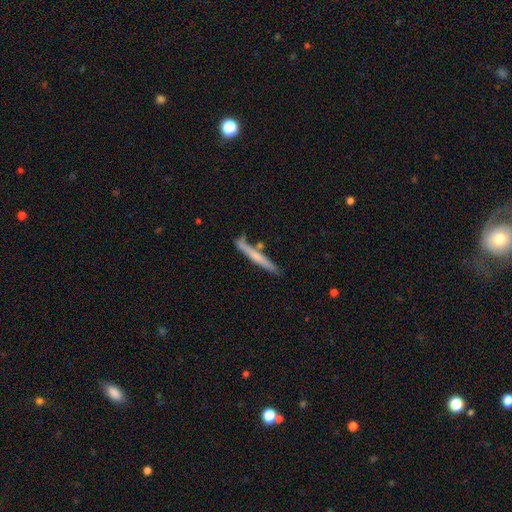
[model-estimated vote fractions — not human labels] The model was most divided on "smooth or featured": smooth: 57%, featured or disk: 37%, star or artifact: 6%. More confident: how rounded — cigar-shaped (96%); merging — none (75%).